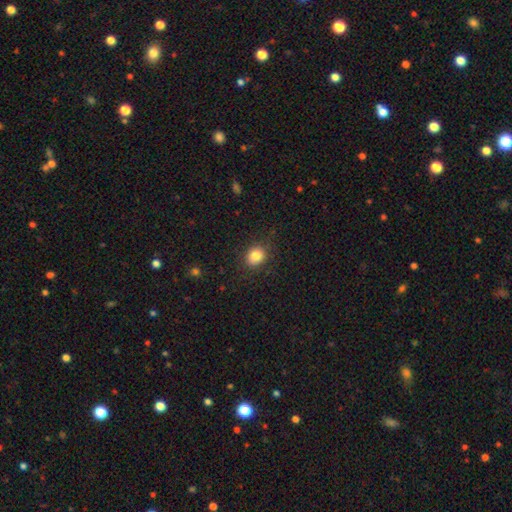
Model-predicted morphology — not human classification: A smooth galaxy with no disk features (83%) that is round (65%). Merging: none (85%).